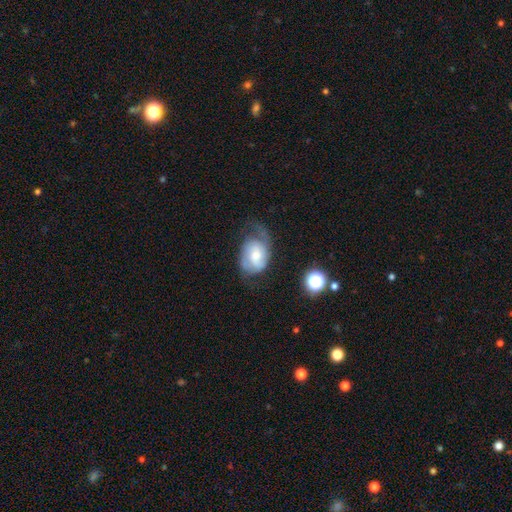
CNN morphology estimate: featured or disk 59%, smooth 34%, star or artifact 8%. Down the decision tree: edge-on disk — no (97%); bar — no (63%); spiral arms — yes (85%); bulge size — moderate (48%); merging — none (35%).